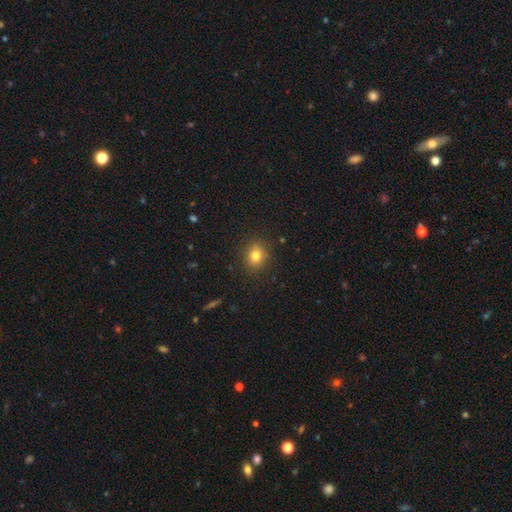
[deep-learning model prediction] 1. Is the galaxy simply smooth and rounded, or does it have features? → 80% smooth, 12% star or artifact, 8% featured or disk.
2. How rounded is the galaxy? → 72% round, 27% in between, 1% cigar-shaped.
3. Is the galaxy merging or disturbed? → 89% none, 8% minor disturbance, 2% major disturbance, 1% merger.